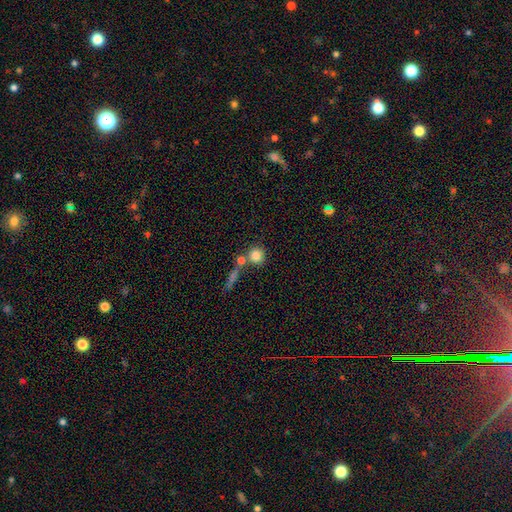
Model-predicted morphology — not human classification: Smooth or featured? Predicted: smooth (p=0.81). How rounded? Predicted: round (p=0.90). Merging? Predicted: none (p=0.58).